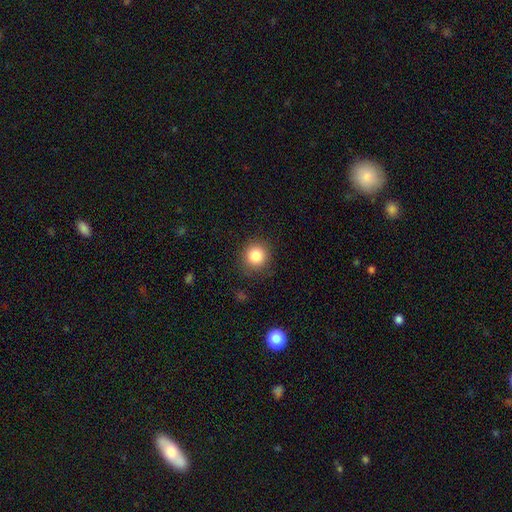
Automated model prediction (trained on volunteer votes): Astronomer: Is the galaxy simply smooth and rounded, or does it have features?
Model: smooth — 84%.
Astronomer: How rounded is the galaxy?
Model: round — 92%.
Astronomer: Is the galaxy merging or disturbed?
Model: none — 88%.